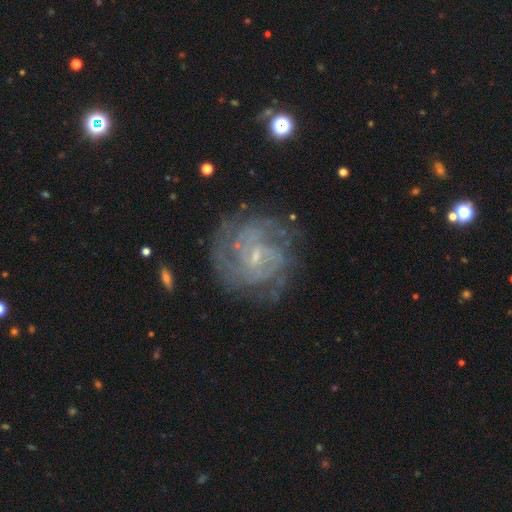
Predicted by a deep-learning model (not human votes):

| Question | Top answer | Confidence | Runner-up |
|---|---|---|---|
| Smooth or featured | featured or disk | 85% | smooth (8%) |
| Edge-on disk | no | 98% | yes (2%) |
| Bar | weak | 51% | no (37%) |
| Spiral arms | yes | 95% | no (5%) |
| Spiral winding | tight | 66% | medium (29%) |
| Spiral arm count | can't tell | 33% | 3 (18%) |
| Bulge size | small | 77% | moderate (13%) |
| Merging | none | 78% | minor disturbance (14%) |